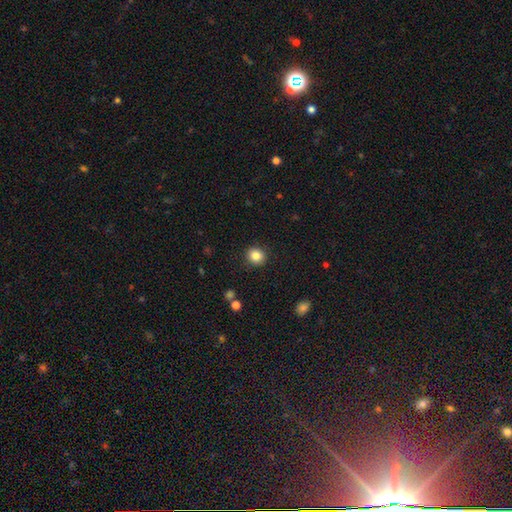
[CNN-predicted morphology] Q: Smooth or featured?
A: smooth (84%); runner-up: star or artifact (10%)
Q: How rounded?
A: round (86%); runner-up: in between (13%)
Q: Merging?
A: none (90%); runner-up: minor disturbance (6%)